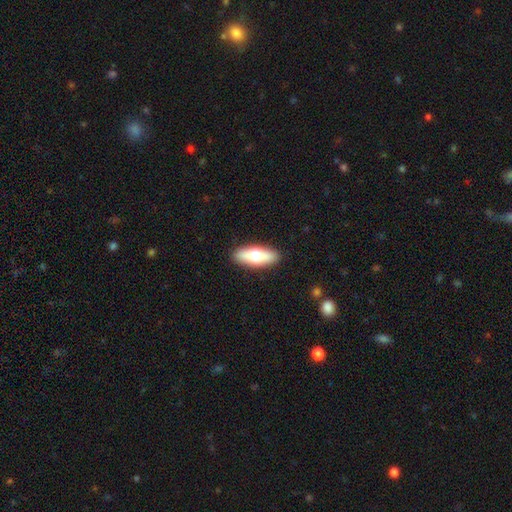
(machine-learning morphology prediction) smooth-or-featured: smooth: 64% | featured or disk: 30% | star or artifact: 6%
  how-rounded: in between: 65% | cigar-shaped: 32% | round: 3%
  merging: none: 90% | minor disturbance: 7% | major disturbance: 2% | merger: 1%